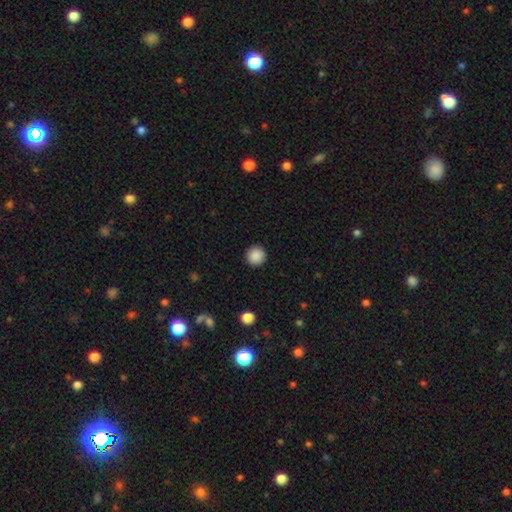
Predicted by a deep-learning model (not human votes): A smooth galaxy with no disk features (89%) that is round (95%). Merging: none (93%).